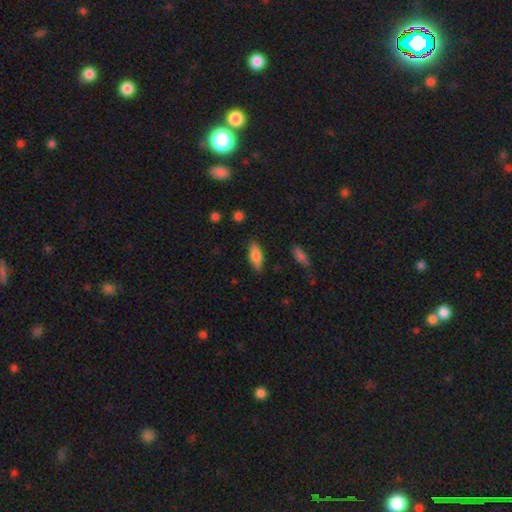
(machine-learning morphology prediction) A smooth galaxy with no disk features (69%) that is in between round and cigar-shaped (66%). Merging: none (82%).